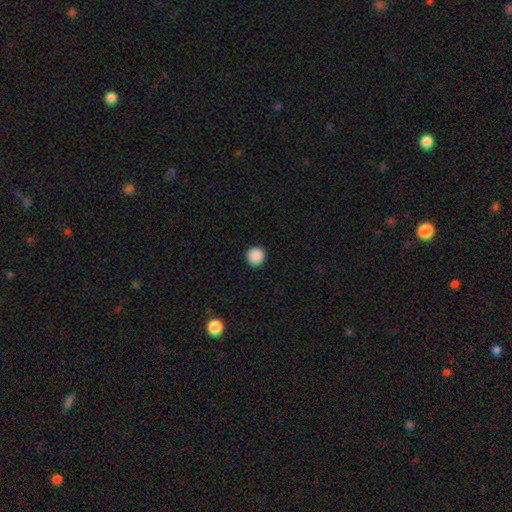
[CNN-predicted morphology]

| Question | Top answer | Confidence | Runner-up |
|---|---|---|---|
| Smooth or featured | smooth | 89% | star or artifact (9%) |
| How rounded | round | 94% | in between (5%) |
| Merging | none | 92% | minor disturbance (5%) |